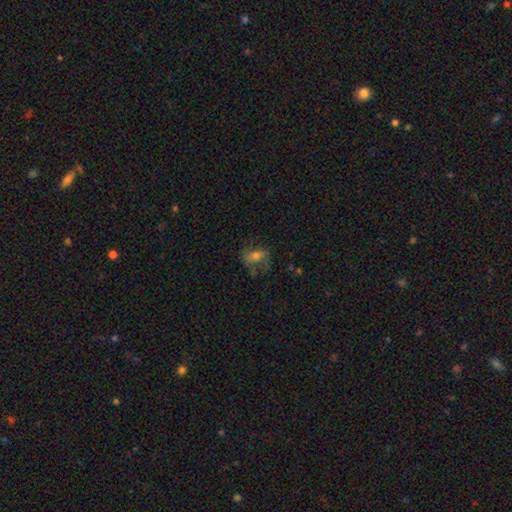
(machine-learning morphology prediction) smooth-or-featured: smooth: 49% | featured or disk: 38% | star or artifact: 13%
  merging: none: 56% | minor disturbance: 23% | major disturbance: 18% | merger: 3%